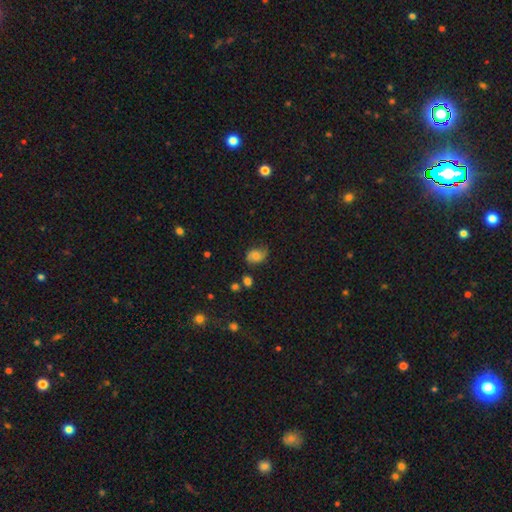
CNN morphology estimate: Smooth or featured? smooth (59%)
How rounded? in between (64%)
Merging? none (59%)